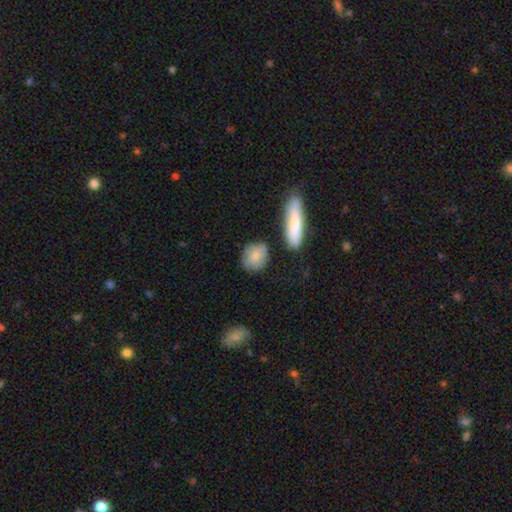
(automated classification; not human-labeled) This appears to be a smooth galaxy with no disk features (70%) that is round (55%). Merging: none (72%).